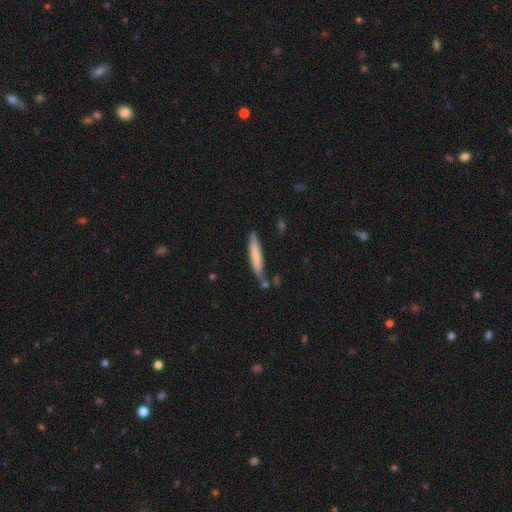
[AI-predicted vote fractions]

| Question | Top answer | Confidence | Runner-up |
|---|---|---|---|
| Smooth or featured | smooth | 68% | featured or disk (26%) |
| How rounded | cigar-shaped | 92% | in between (7%) |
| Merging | none | 73% | minor disturbance (16%) |